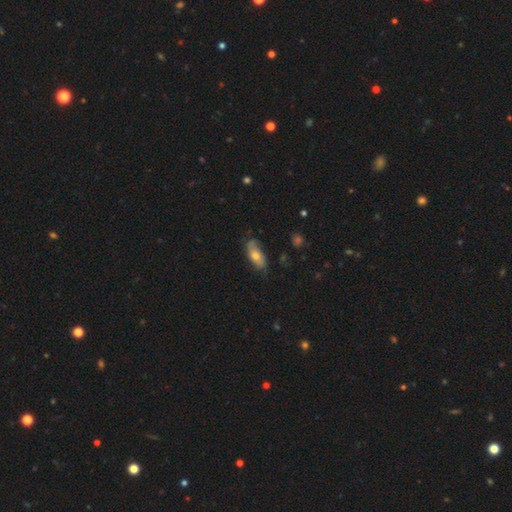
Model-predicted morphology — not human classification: Smooth or featured? Predicted: smooth (p=0.59). How rounded? Predicted: in between (p=0.83). Merging? Predicted: none (p=0.63).